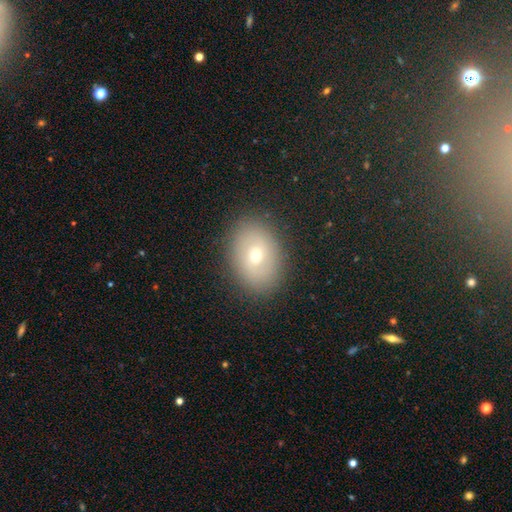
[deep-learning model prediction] Smooth or featured: smooth — 59% (featured or disk — 29%)
How rounded: in between — 70% (round — 29%)
Merging: none — 87% (minor disturbance — 9%)